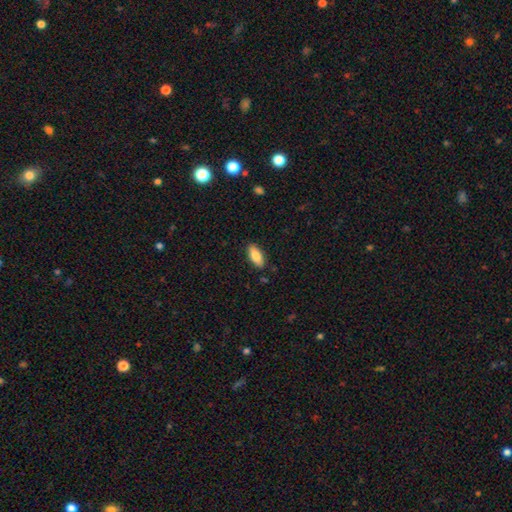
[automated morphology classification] type=smooth (82%); roundness=in between (82%); merging=none (87%).